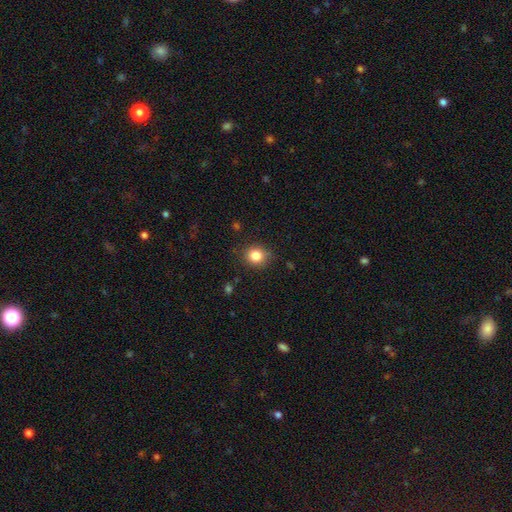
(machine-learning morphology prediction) smooth_or_featured: smooth (p=0.83) [alt: star or artifact p=0.11]
how_rounded: round (p=0.79) [alt: in between p=0.20]
merging: none (p=0.84) [alt: minor disturbance p=0.11]